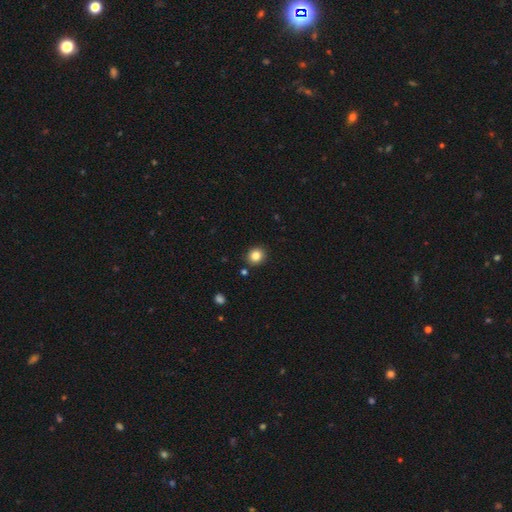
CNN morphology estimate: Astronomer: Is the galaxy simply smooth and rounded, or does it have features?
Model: smooth — 84%.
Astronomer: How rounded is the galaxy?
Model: round — 78%.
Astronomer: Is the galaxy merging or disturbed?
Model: none — 89%.